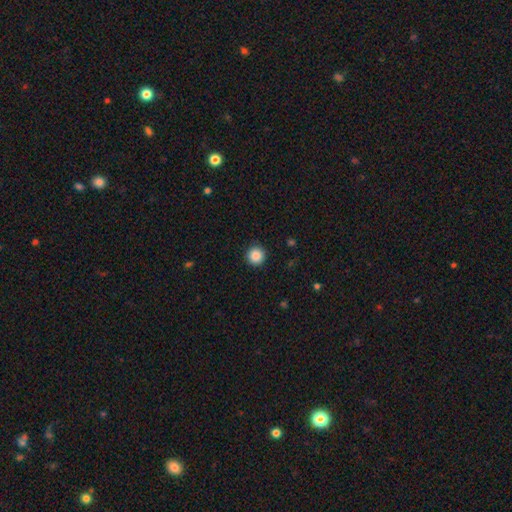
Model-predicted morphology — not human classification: Q: Smooth or featured?
A: smooth (87%); runner-up: star or artifact (9%)
Q: How rounded?
A: round (96%); runner-up: in between (3%)
Q: Merging?
A: none (92%); runner-up: minor disturbance (5%)